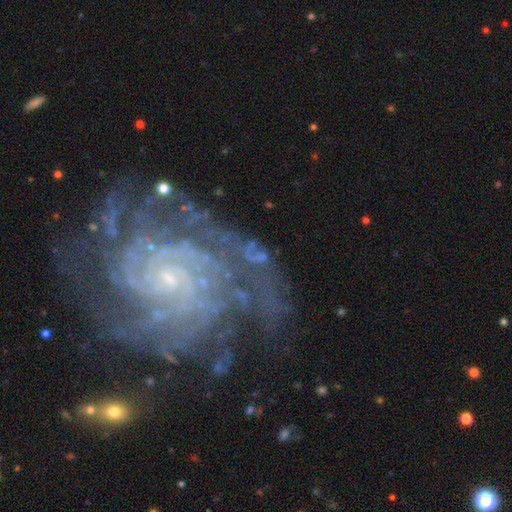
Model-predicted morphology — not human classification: This is likely a featured or disk galaxy (76%). It is clearly not viewed edge-on (96%). Bar: possibly no (48%). Spiral arm pattern: clearly yes (89%). Spiral arm count: marginally can't tell (36%). Spiral winding: likely tight (68%). Central bulge: likely small (61%). Merging: possibly none (59%).